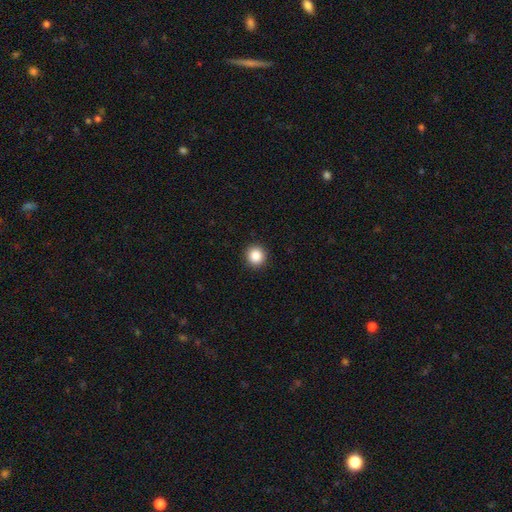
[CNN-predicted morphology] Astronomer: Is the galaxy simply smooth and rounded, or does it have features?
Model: smooth — 87%.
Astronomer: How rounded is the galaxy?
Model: round — 93%.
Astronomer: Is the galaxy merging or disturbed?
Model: none — 93%.